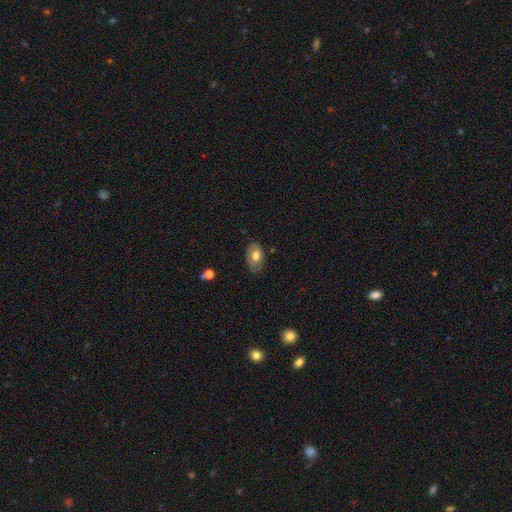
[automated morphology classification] A smooth galaxy with no disk features (62%) that is in between round and cigar-shaped (89%). Merging: none (76%).